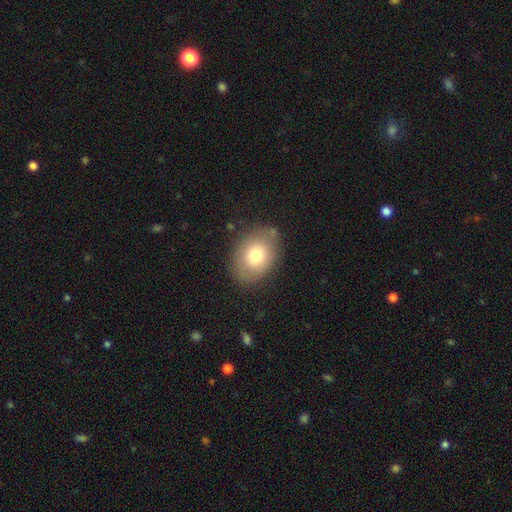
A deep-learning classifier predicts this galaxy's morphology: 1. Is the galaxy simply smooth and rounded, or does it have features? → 75% smooth, 16% featured or disk, 9% star or artifact.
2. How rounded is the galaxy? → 67% in between, 32% round, 1% cigar-shaped.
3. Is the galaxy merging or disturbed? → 79% none, 14% minor disturbance, 4% major disturbance, 2% merger.